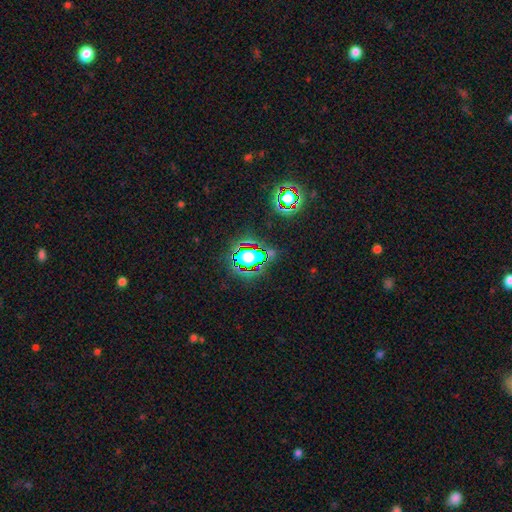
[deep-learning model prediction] star or artifact 78%, smooth 14%, featured or disk 8%.